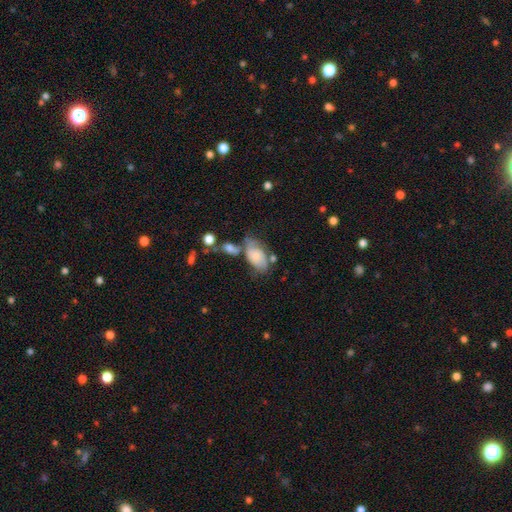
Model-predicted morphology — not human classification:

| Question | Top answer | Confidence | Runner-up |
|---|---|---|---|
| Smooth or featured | smooth | 71% | featured or disk (21%) |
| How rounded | in between | 92% | round (6%) |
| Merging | none | 35% | minor disturbance (25%) |